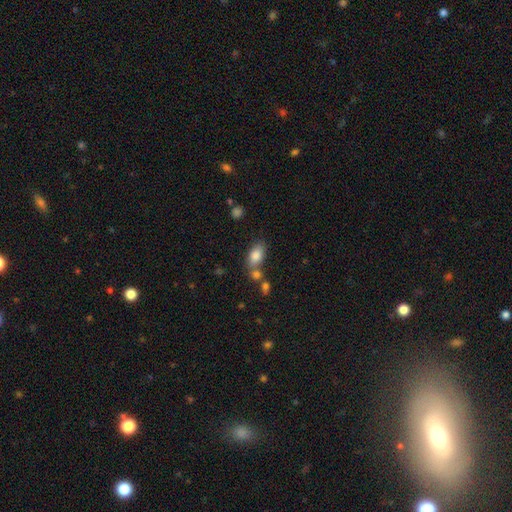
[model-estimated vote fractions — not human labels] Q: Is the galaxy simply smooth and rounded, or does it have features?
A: smooth — 83%.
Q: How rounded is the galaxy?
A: in between — 90%.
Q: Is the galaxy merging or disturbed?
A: none — 56%.